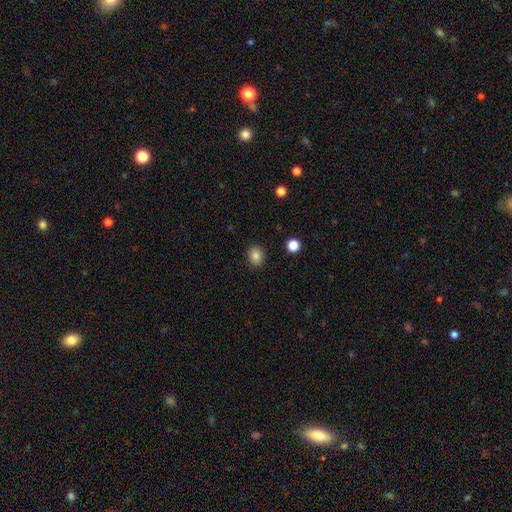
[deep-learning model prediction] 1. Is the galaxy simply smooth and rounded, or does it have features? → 85% smooth, 11% star or artifact, 5% featured or disk.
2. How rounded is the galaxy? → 53% round, 46% in between, 1% cigar-shaped.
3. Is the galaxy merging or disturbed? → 89% none, 8% minor disturbance, 2% major disturbance, 1% merger.